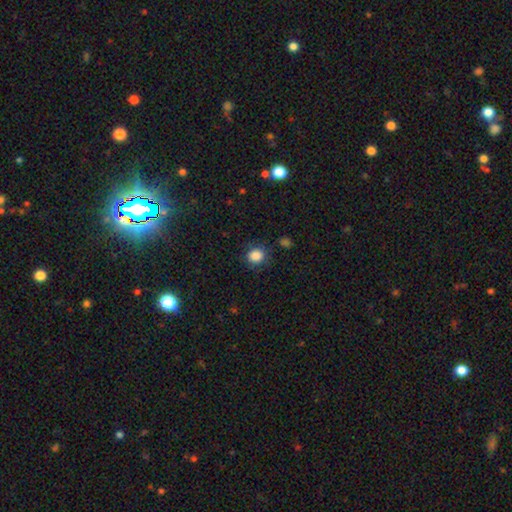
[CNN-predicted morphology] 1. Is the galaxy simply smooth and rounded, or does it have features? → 86% smooth, 10% star or artifact, 4% featured or disk.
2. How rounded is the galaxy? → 75% round, 24% in between, 1% cigar-shaped.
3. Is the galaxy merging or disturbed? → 80% none, 14% minor disturbance, 4% major disturbance, 2% merger.